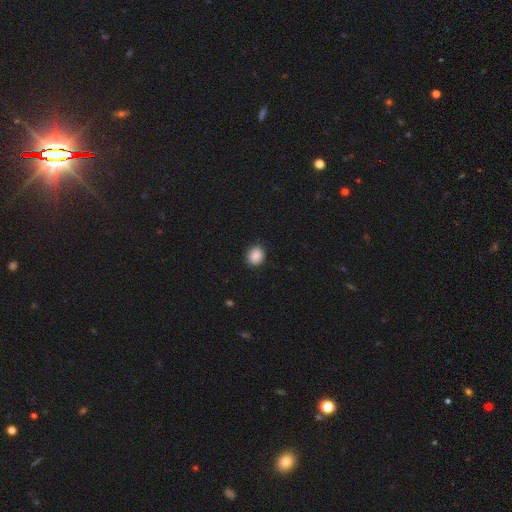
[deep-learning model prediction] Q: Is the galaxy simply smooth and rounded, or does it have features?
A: smooth — 89%.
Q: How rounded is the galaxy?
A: round — 70%.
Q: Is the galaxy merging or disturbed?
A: none — 90%.